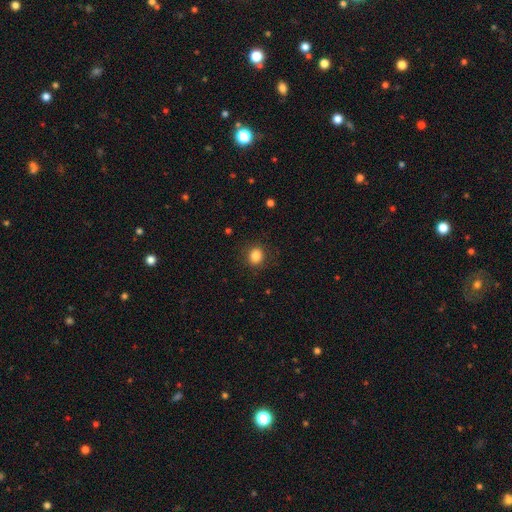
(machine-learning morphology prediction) smooth-or-featured: smooth: 85% | star or artifact: 11% | featured or disk: 5%
  how-rounded: round: 75% | in between: 24% | cigar-shaped: 1%
  merging: none: 88% | minor disturbance: 8% | major disturbance: 3% | merger: 1%